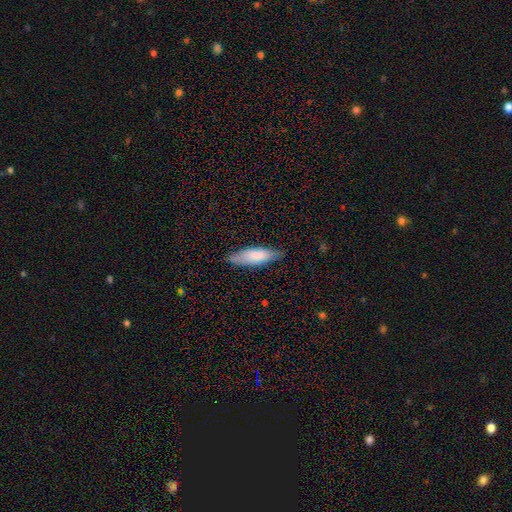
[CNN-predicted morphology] Smooth or featured: smooth — 80% (featured or disk — 15%)
How rounded: cigar-shaped — 56% (in between — 43%)
Merging: none — 81% (minor disturbance — 15%)